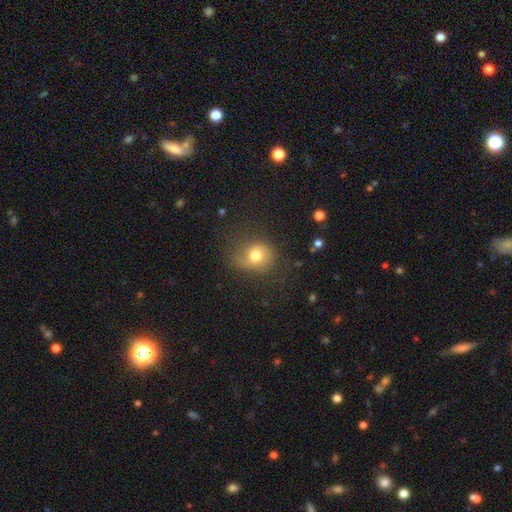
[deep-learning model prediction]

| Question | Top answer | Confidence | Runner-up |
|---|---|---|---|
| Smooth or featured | smooth | 72% | featured or disk (15%) |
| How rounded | round | 73% | in between (26%) |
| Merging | none | 64% | minor disturbance (22%) |